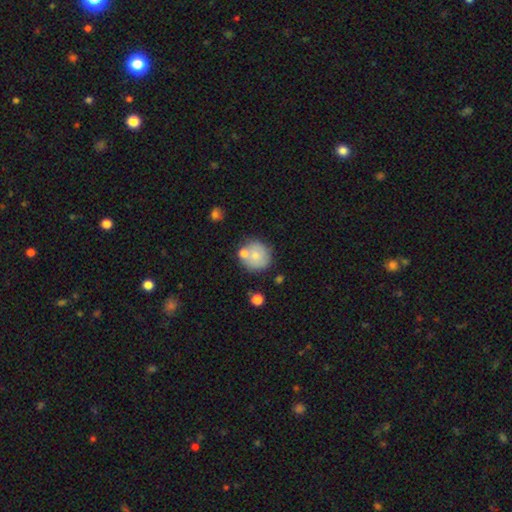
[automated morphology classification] The model was most divided on "merging": none: 63%, merger: 18%, minor disturbance: 15%, major disturbance: 4%. More confident: how rounded — round (89%); smooth or featured — smooth (71%).